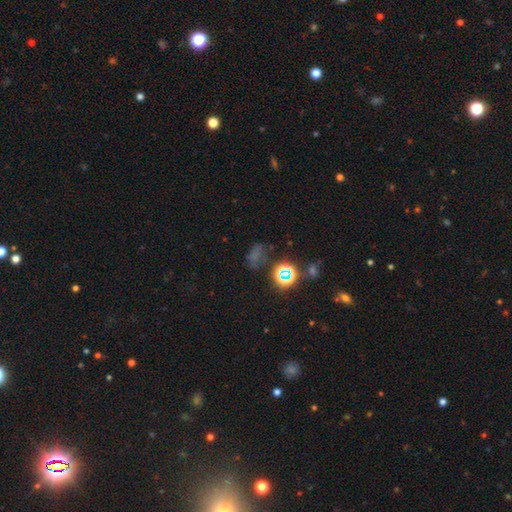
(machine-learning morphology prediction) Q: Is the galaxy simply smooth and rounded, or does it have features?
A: star or artifact — 56%.